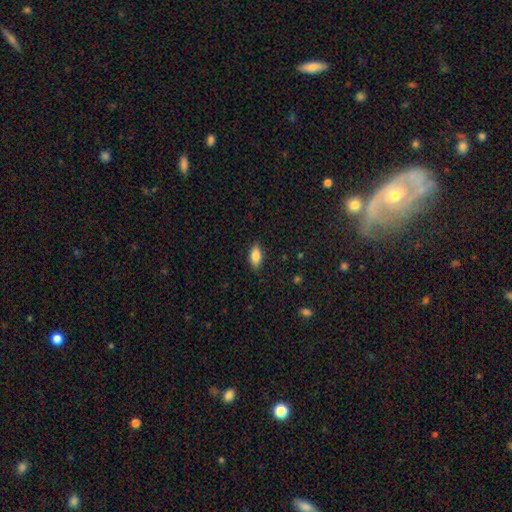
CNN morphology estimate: This appears to be a smooth galaxy with no disk features (84%) that is in between round and cigar-shaped (89%). Merging: none (86%).